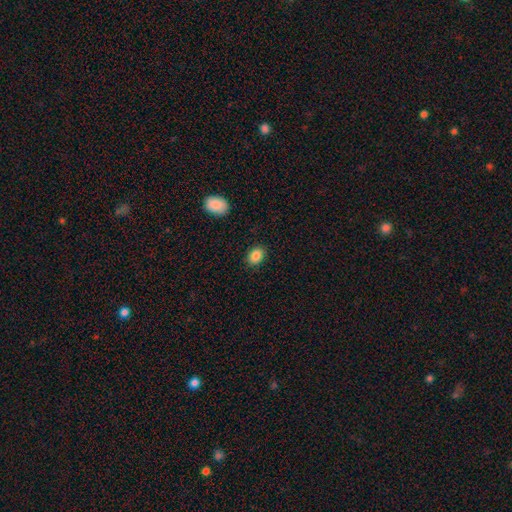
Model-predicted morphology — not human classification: This is clearly a smooth galaxy (86%). How rounded: likely in between (73%). Merging: clearly none (88%).